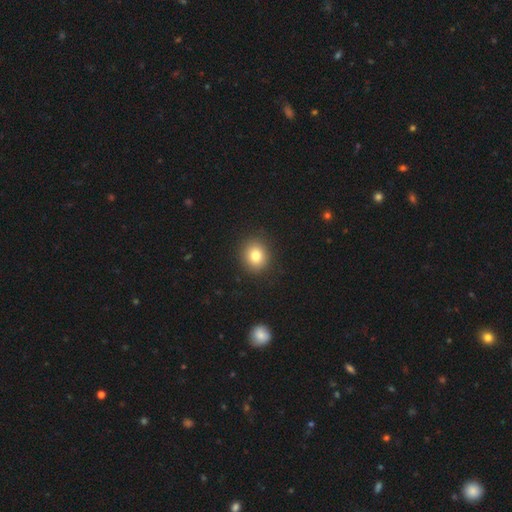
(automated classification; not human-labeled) This appears to be a smooth galaxy with no disk features (80%) that is round (80%). Merging: none (90%).